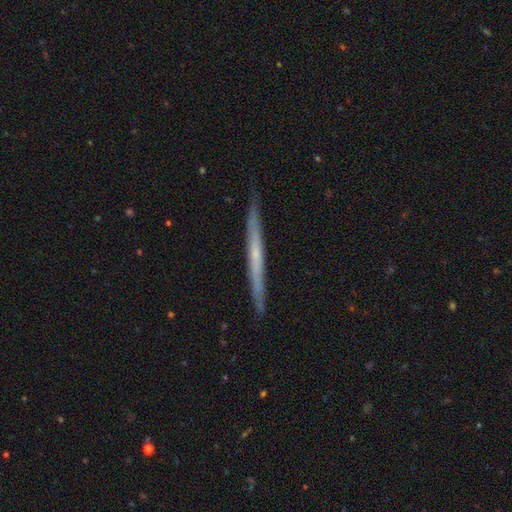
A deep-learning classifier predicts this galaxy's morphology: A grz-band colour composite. It shows a featured or disk galaxy (61%) viewed edge-on (97%) with no central bulge (76%). Merging: none (90%).